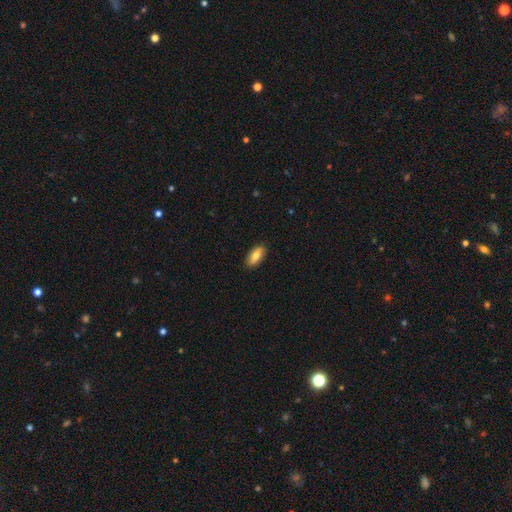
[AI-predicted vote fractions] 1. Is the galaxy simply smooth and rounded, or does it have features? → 78% smooth, 15% featured or disk, 6% star or artifact.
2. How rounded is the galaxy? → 84% in between, 13% cigar-shaped, 2% round.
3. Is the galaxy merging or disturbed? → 89% none, 8% minor disturbance, 2% major disturbance, 1% merger.